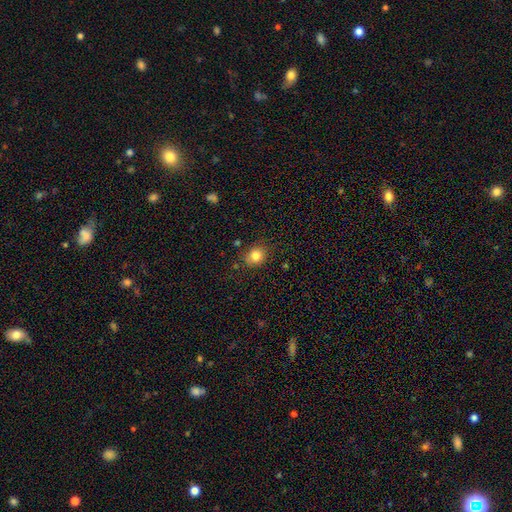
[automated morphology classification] smooth 82%, star or artifact 11%, featured or disk 7%. Down the decision tree: how rounded — round (66%); merging — none (79%).